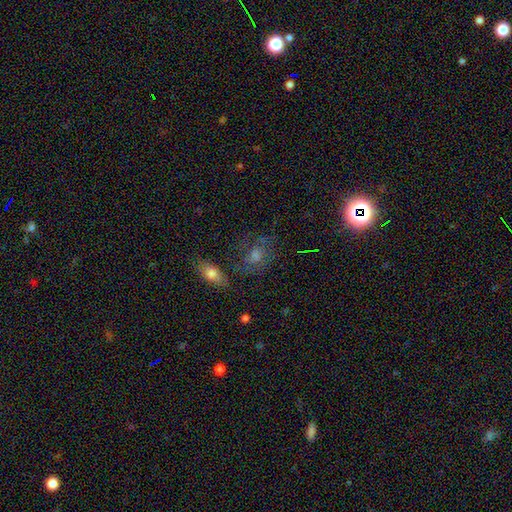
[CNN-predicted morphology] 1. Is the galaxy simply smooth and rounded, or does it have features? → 48% smooth, 32% featured or disk, 19% star or artifact.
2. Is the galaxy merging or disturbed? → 60% none, 19% minor disturbance, 13% major disturbance, 8% merger.